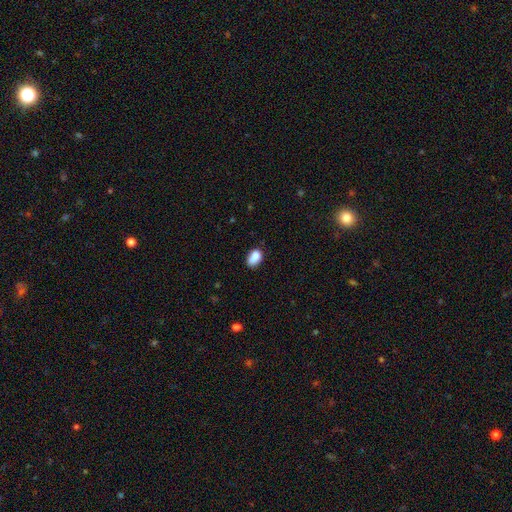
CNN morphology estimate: Smooth or featured?
  - smooth: 83% *
  - star or artifact: 9%
  - featured or disk: 8%
How rounded?
  - in between: 83% *
  - round: 15%
  - cigar-shaped: 2%
Merging?
  - none: 60% *
  - minor disturbance: 29%
  - major disturbance: 7%
  - merger: 4%